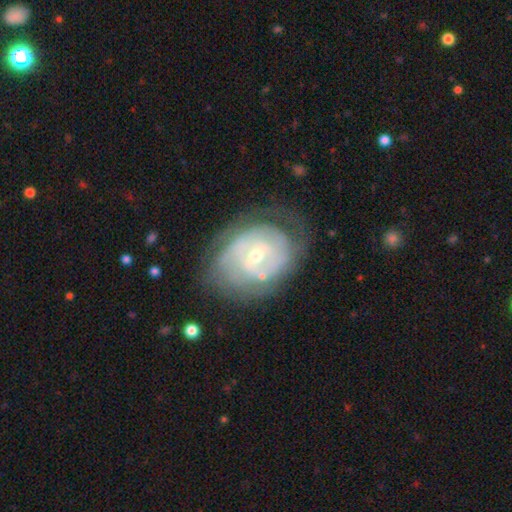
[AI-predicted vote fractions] Q: Smooth or featured?
A: featured or disk (74%); runner-up: smooth (19%)
Q: Edge-on disk?
A: no (96%); runner-up: yes (4%)
Q: Bar?
A: no (62%); runner-up: weak (31%)
Q: Spiral arms?
A: yes (71%); runner-up: no (29%)
Q: Spiral winding?
A: tight (66%); runner-up: medium (23%)
Q: Spiral arm count?
A: can't tell (51%); runner-up: 2 (27%)
Q: Bulge size?
A: moderate (49%); runner-up: small (47%)
Q: Merging?
A: none (59%); runner-up: minor disturbance (23%)